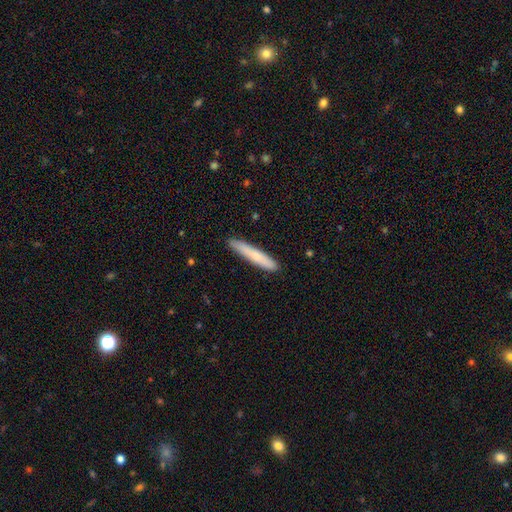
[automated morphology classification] A smooth galaxy with no disk features (72%) that is cigar-shaped (94%). Merging: none (88%).